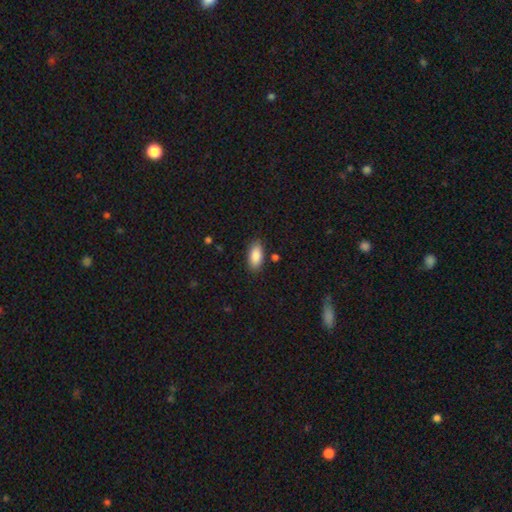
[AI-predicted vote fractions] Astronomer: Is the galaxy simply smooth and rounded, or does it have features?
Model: smooth — 88%.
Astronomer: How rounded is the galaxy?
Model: in between — 91%.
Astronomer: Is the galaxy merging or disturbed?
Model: none — 84%.